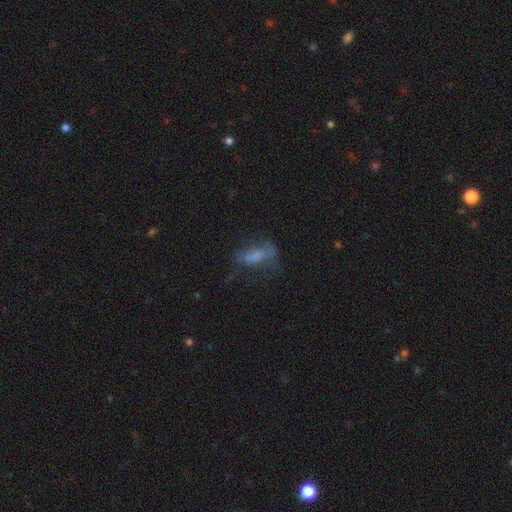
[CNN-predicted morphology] Q: Smooth or featured?
A: smooth (48%); runner-up: featured or disk (35%)
Q: Merging?
A: none (37%); runner-up: major disturbance (35%)